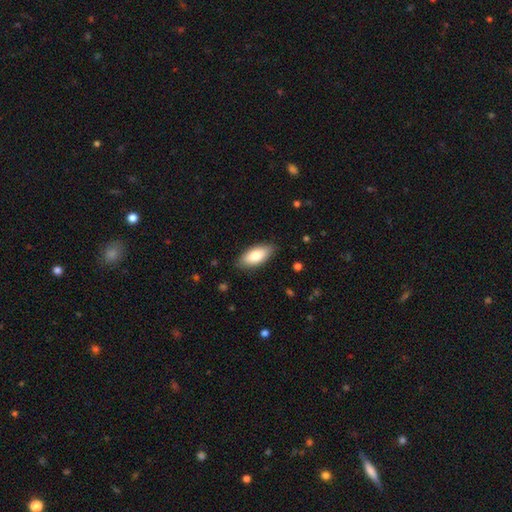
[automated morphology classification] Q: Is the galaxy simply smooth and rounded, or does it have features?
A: smooth — 82%.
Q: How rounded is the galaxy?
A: in between — 88%.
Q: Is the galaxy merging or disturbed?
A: none — 85%.